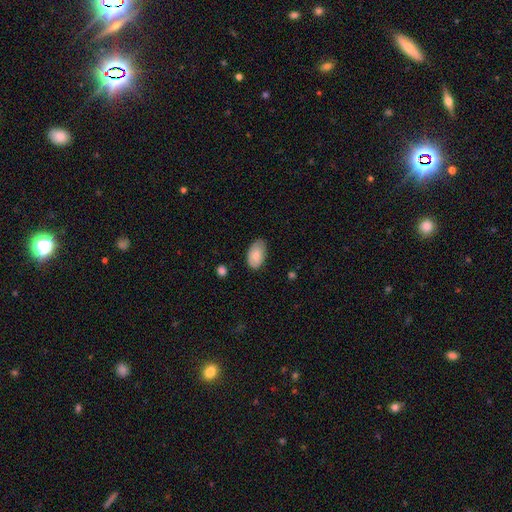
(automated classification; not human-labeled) smooth-or-featured: smooth: 80% | featured or disk: 13% | star or artifact: 6%
  how-rounded: in between: 94% | round: 5% | cigar-shaped: 1%
  merging: none: 71% | minor disturbance: 24% | major disturbance: 4% | merger: 1%